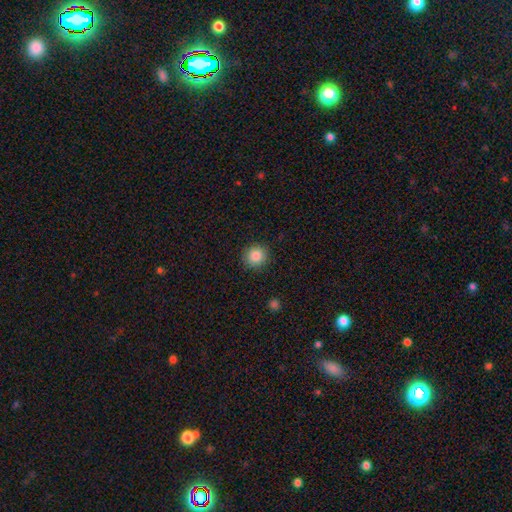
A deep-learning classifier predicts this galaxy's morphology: The model was most divided on "smooth or featured": smooth: 86%, star or artifact: 10%, featured or disk: 5%. More confident: how rounded — round (93%); merging — none (91%).